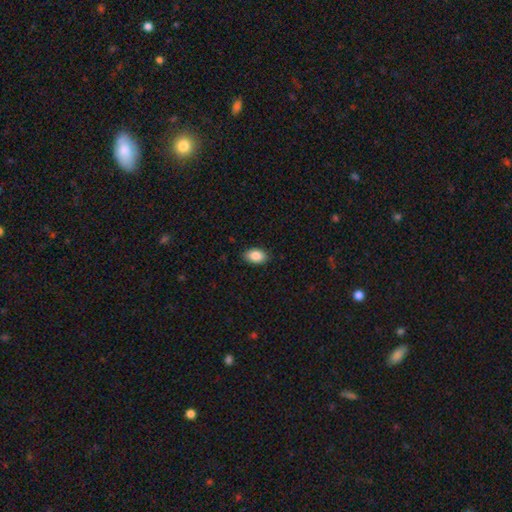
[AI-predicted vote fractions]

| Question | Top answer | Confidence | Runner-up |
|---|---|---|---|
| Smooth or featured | smooth | 88% | star or artifact (7%) |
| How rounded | in between | 90% | round (8%) |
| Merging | none | 86% | minor disturbance (11%) |